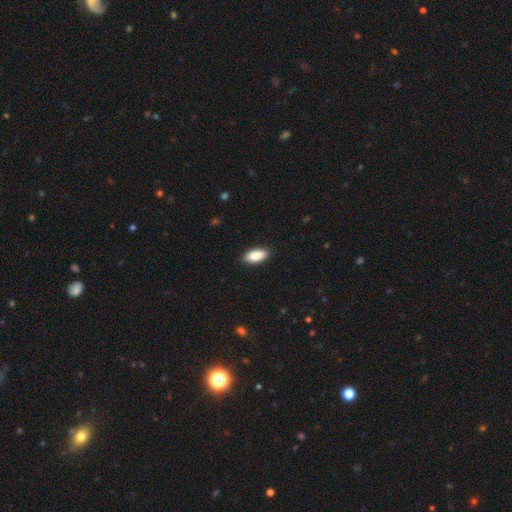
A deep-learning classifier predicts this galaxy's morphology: smooth 89%, star or artifact 6%, featured or disk 4%. Down the decision tree: how rounded — in between (90%); merging — none (89%).